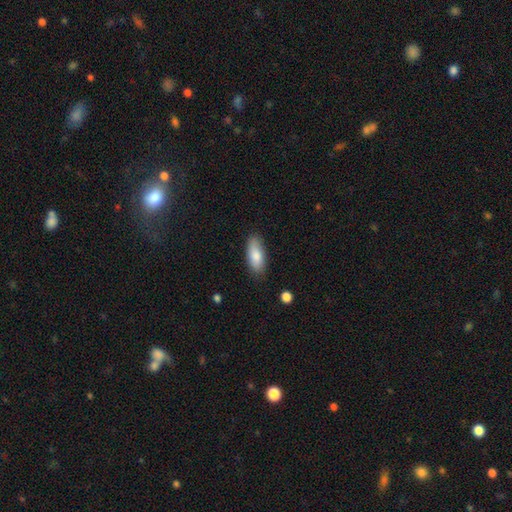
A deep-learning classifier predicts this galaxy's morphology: A smooth galaxy with no disk features (82%) that is in between round and cigar-shaped (79%).

Vote fractions:
- Smooth or featured? smooth: 82% / featured or disk: 11% / star or artifact: 6%
- How rounded? in between: 79% / cigar-shaped: 19% / round: 2%
- Merging? none: 82% / minor disturbance: 14% / major disturbance: 3% / merger: 2%